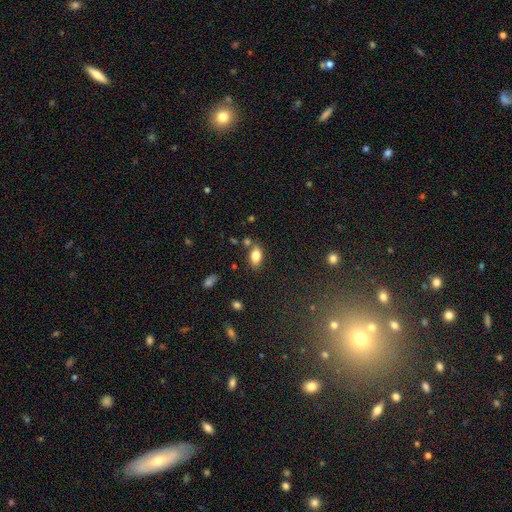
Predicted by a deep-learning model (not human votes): This is likely a smooth galaxy (79%). How rounded: clearly in between (90%). Merging: likely none (74%).